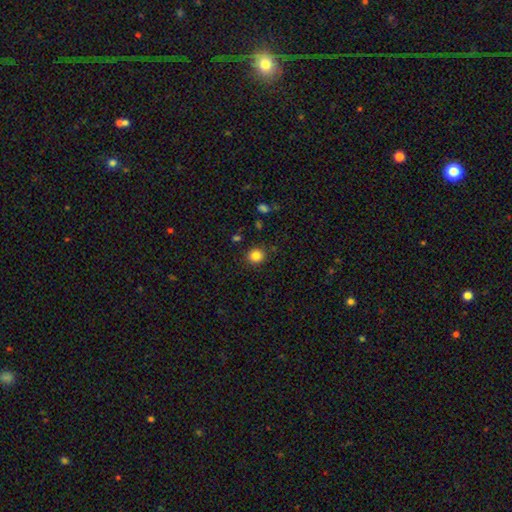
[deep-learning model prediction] Smooth or featured? Predicted: smooth (p=0.84). How rounded? Predicted: round (p=0.87). Merging? Predicted: none (p=0.89).